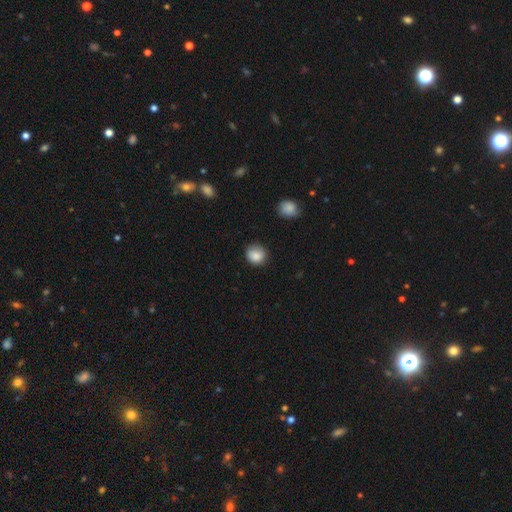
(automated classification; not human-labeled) Smooth or featured? Predicted: smooth (p=0.86). How rounded? Predicted: round (p=0.82). Merging? Predicted: none (p=0.79).